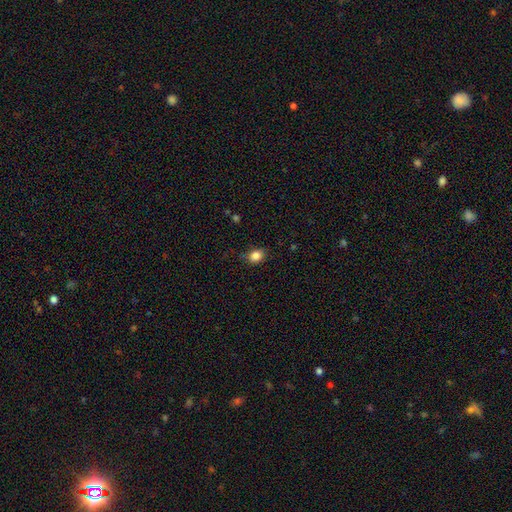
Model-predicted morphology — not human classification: Smooth or featured? Predicted: smooth (p=0.85). How rounded? Predicted: round (p=0.57). Merging? Predicted: none (p=0.78).